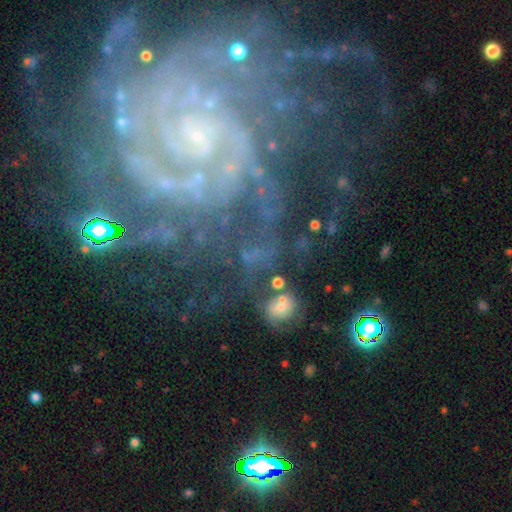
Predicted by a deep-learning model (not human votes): A featured or disk galaxy (50%). Merging: none (55%).